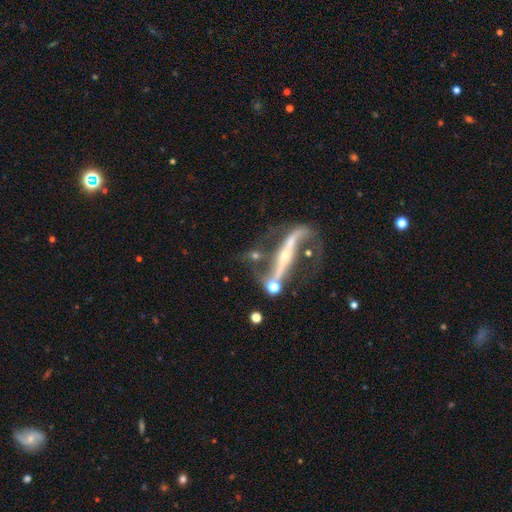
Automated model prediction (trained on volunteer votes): A featured or disk galaxy (84%). Merging: none (48%).